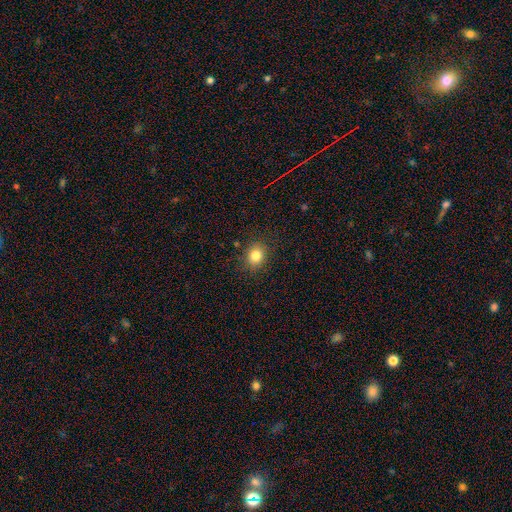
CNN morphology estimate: Smooth or featured: smooth — 82% (star or artifact — 12%)
How rounded: round — 67% (in between — 32%)
Merging: none — 87% (minor disturbance — 9%)